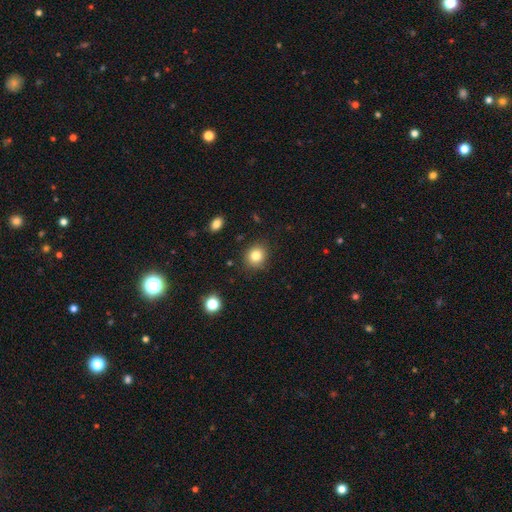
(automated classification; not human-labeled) Smooth or featured? smooth (82%)
How rounded? round (81%)
Merging? none (85%)